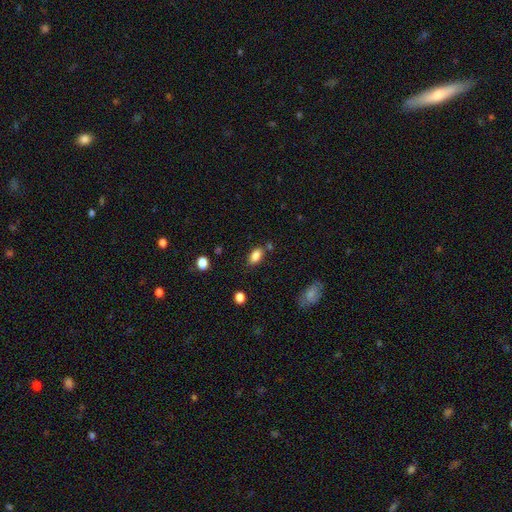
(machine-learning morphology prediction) This is clearly a smooth galaxy (86%). How rounded: clearly in between (90%). Merging: likely none (76%).